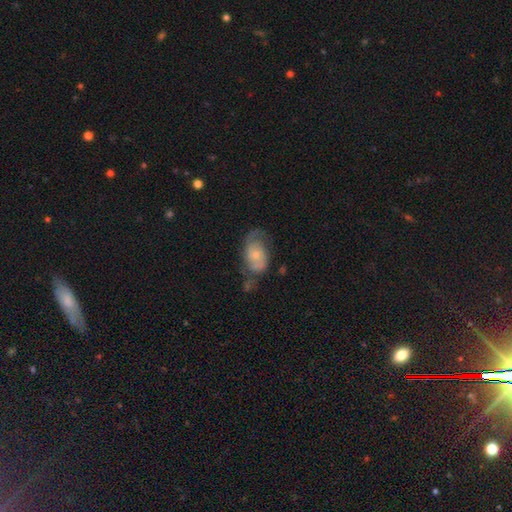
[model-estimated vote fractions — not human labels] This is likely a featured or disk galaxy (63%). It is clearly not viewed edge-on (96%). Bar: likely no (74%). Spiral arm pattern: clearly yes (83%). Spiral arm count: likely 2 (71%). Spiral winding: marginally medium (42%). Central bulge: possibly small (55%). Merging: marginally none (45%).